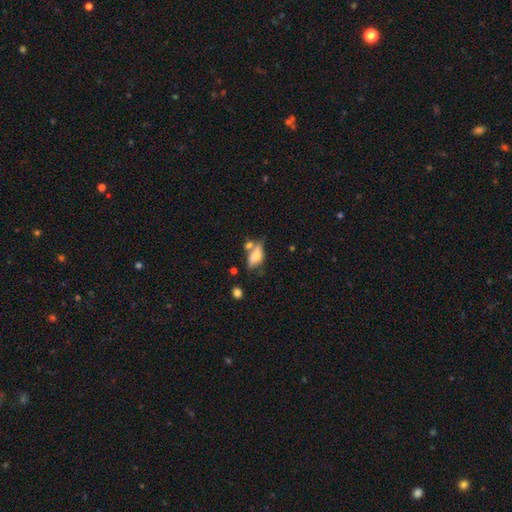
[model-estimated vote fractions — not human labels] Smooth or featured? Predicted: smooth (p=0.60). How rounded? Predicted: in between (p=0.76). Merging? Predicted: none (p=0.40).